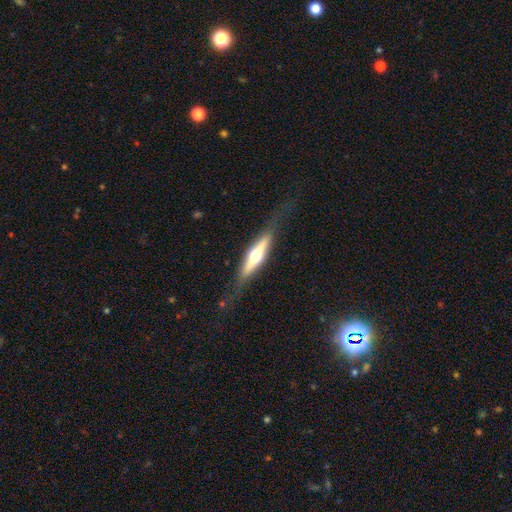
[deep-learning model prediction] A featured or disk galaxy (65%) viewed edge-on (94%) with a rounded central bulge (91%). Merging: none (77%).